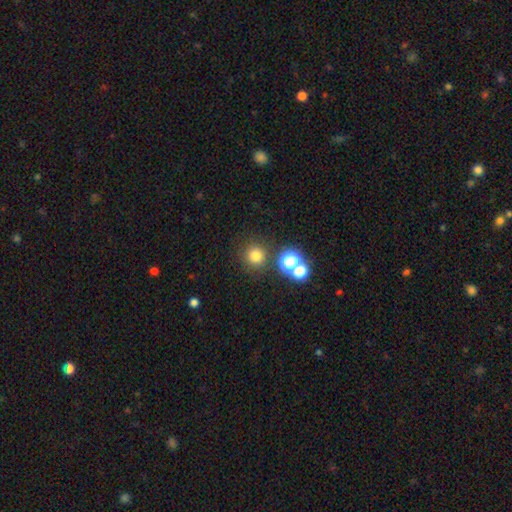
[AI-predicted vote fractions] A smooth galaxy with no disk features (75%) that is round (94%).

Vote fractions:
- Smooth or featured? smooth: 75% / star or artifact: 19% / featured or disk: 6%
- How rounded? round: 94% / in between: 5% / cigar-shaped: 1%
- Merging? none: 82% / merger: 8% / minor disturbance: 7% / major disturbance: 3%